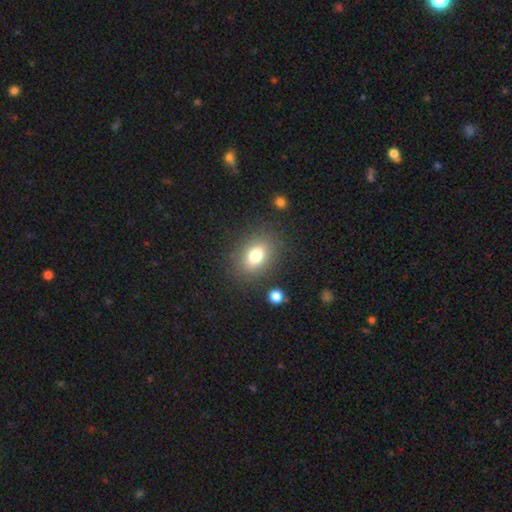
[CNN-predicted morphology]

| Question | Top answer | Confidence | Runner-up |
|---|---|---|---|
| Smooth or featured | smooth | 77% | featured or disk (12%) |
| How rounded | in between | 70% | round (29%) |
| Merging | none | 83% | minor disturbance (10%) |